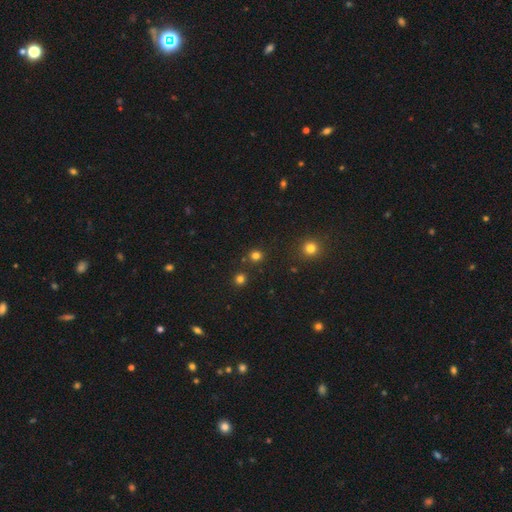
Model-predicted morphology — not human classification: Overall: smooth (76%). How rounded: round (87%). Merging: none (83%).